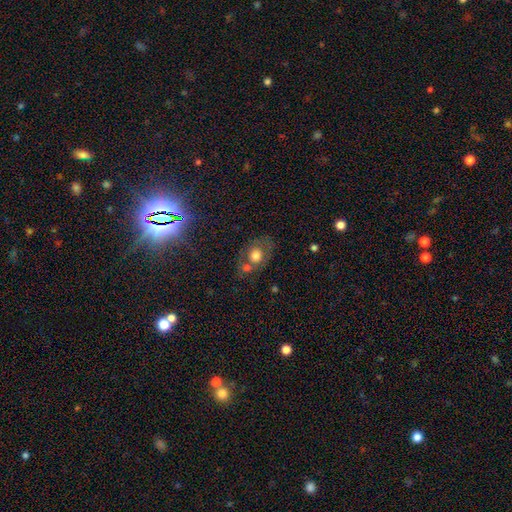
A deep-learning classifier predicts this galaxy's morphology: type=smooth (64%); roundness=round (53%); merging=none (46%).